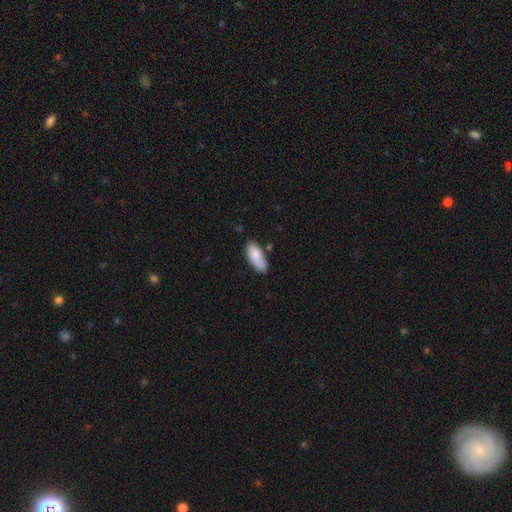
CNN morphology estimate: smooth-or-featured: smooth: 84% | featured or disk: 10% | star or artifact: 6%
  how-rounded: in between: 80% | cigar-shaped: 18% | round: 2%
  merging: none: 68% | minor disturbance: 22% | merger: 6% | major disturbance: 4%